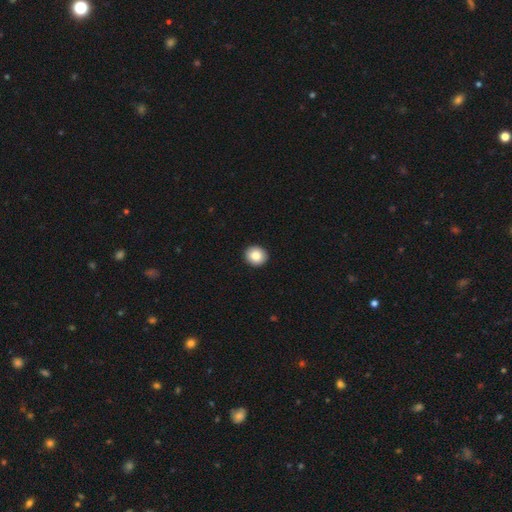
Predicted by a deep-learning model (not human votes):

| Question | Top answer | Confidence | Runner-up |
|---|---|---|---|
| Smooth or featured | smooth | 85% | star or artifact (8%) |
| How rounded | round | 87% | in between (12%) |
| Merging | none | 93% | minor disturbance (5%) |